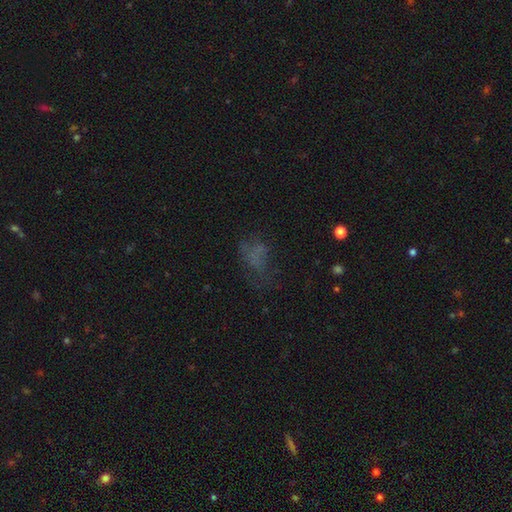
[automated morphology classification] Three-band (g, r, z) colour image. It shows a smooth galaxy with no disk features (47%). Merging: none (43%).